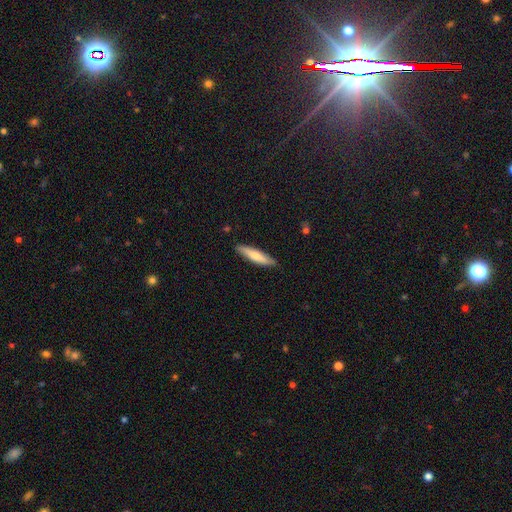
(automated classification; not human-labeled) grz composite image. It shows a smooth galaxy with no disk features (67%) that is cigar-shaped (80%). Merging: none (86%).